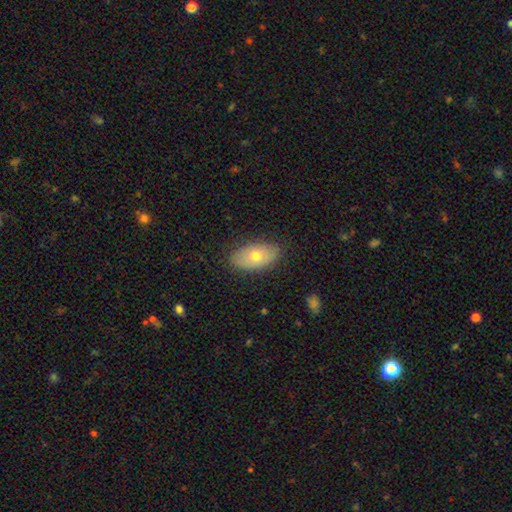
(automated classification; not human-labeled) Smooth or featured? Predicted: smooth (p=0.64). How rounded? Predicted: in between (p=0.91). Merging? Predicted: none (p=0.84).